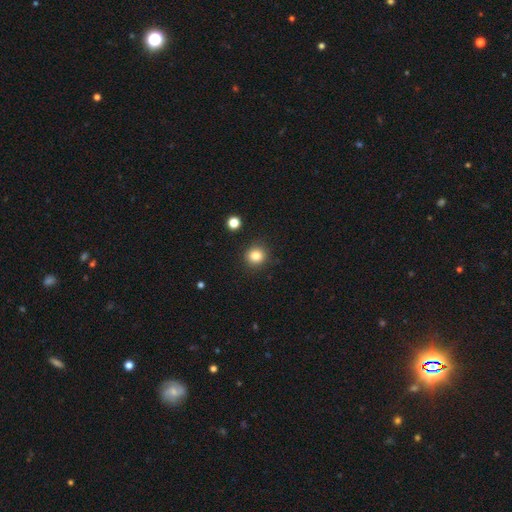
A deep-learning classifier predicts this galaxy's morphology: type=smooth (83%); roundness=round (90%); merging=none (90%).